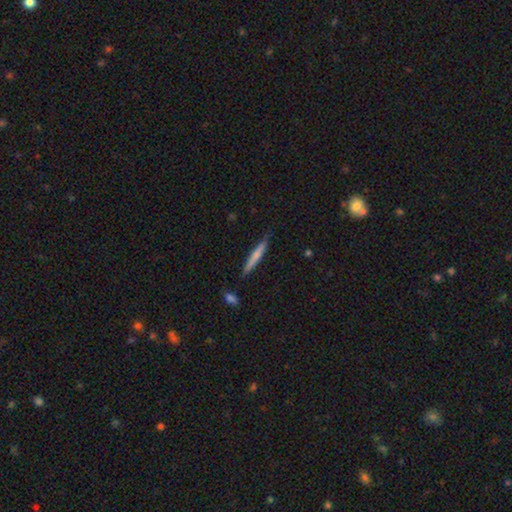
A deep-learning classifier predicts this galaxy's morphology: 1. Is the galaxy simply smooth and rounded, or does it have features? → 64% smooth, 30% featured or disk, 6% star or artifact.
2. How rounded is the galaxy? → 95% cigar-shaped, 4% in between, 1% round.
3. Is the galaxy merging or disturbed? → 80% none, 15% minor disturbance, 2% major disturbance, 2% merger.